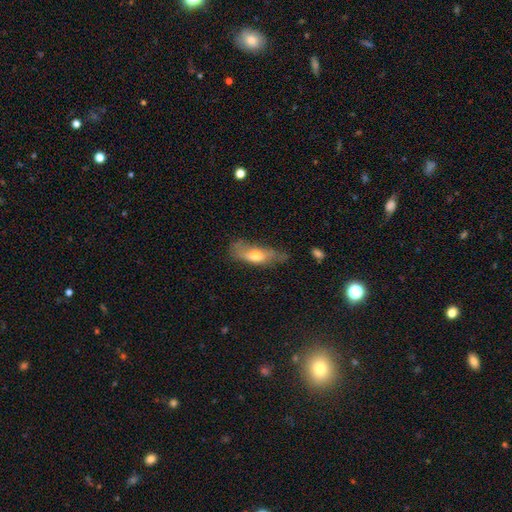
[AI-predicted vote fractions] This is possibly a smooth galaxy (59%). How rounded: likely in between (60%). Merging: marginally none (44%).